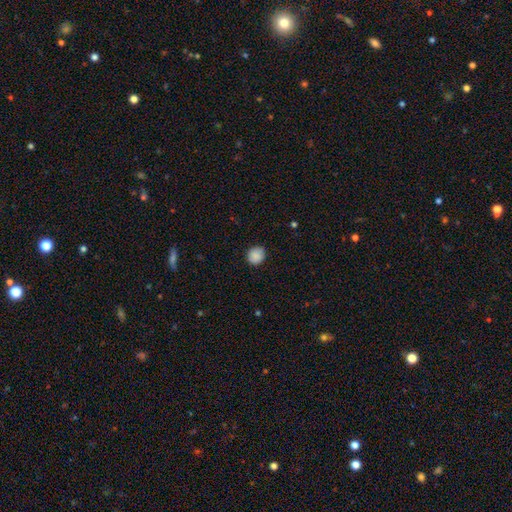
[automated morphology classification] This is clearly a smooth galaxy (88%). How rounded: clearly round (88%). Merging: clearly none (88%).